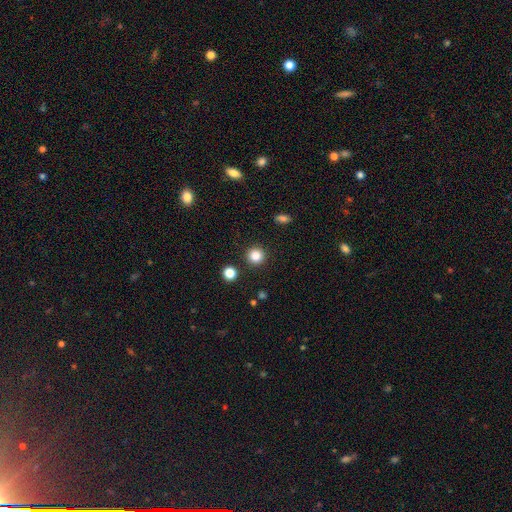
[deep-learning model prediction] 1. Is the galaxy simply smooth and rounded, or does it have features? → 84% smooth, 12% star or artifact, 4% featured or disk.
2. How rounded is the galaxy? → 94% round, 5% in between, 1% cigar-shaped.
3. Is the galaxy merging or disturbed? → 91% none, 5% minor disturbance, 2% merger, 2% major disturbance.